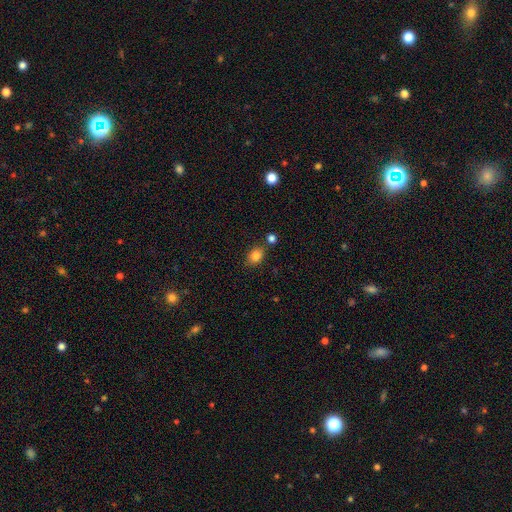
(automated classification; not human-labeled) Overall: smooth (83%). How rounded: in between (59%; round 40%). Merging: none (76%).